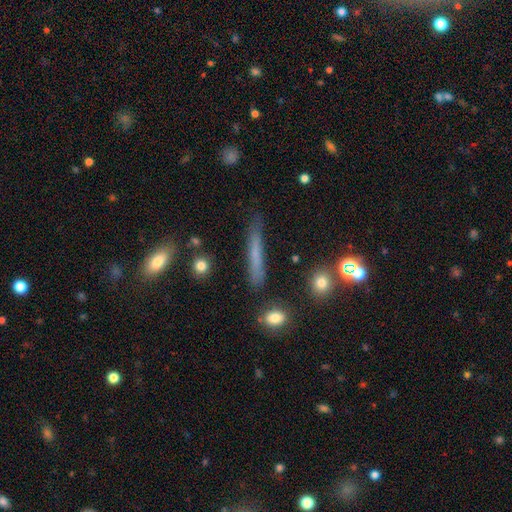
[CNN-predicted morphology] smooth_or_featured: smooth (p=0.57) [alt: featured or disk p=0.31]
how_rounded: cigar-shaped (p=0.93) [alt: in between p=0.05]
merging: none (p=0.75) [alt: minor disturbance p=0.18]